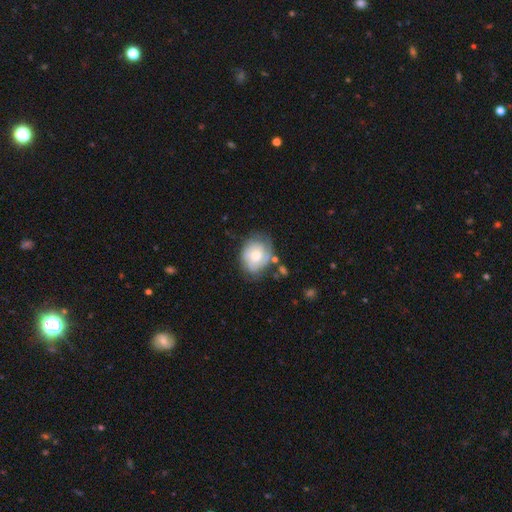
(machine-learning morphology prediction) A featured or disk galaxy (47%). Merging: none (56%).